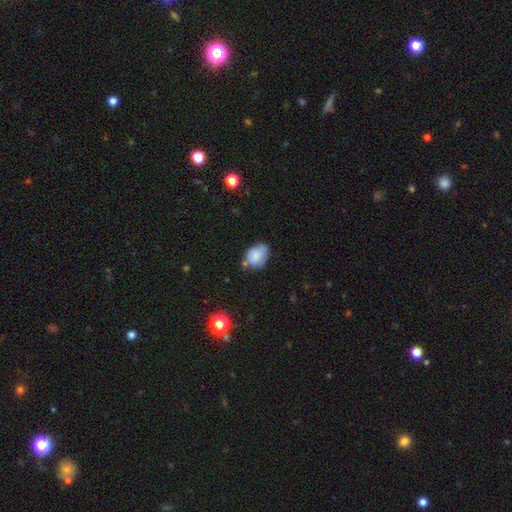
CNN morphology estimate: smooth 72%, featured or disk 19%, star or artifact 9%. Down the decision tree: how rounded — in between (68%); merging — none (47%).